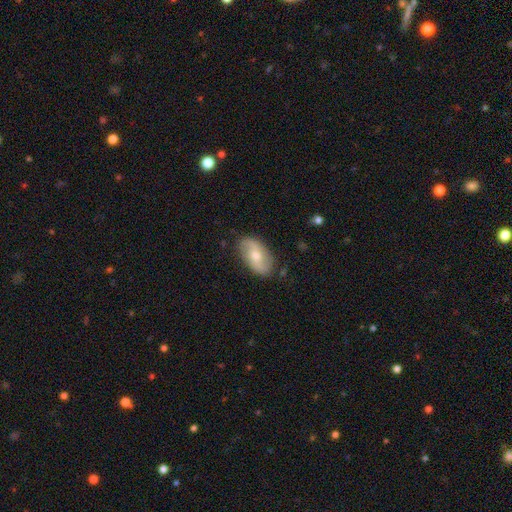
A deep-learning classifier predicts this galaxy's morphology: A featured or disk galaxy (57%) with no bar (45%), spiral arms (77%) and a moderate central bulge (58%). Merging: none (80%).